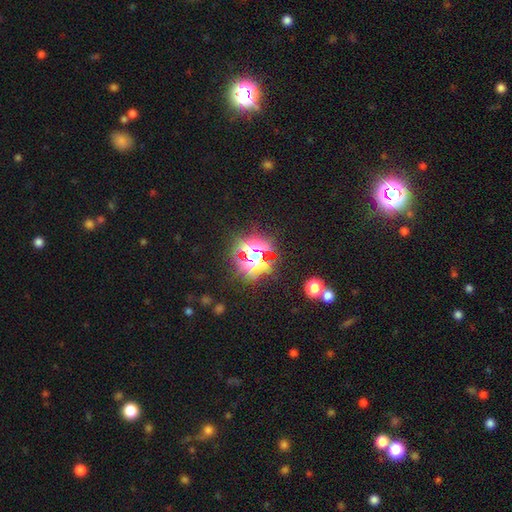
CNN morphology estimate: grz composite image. It shows a star or artifact, not a galaxy (74%).